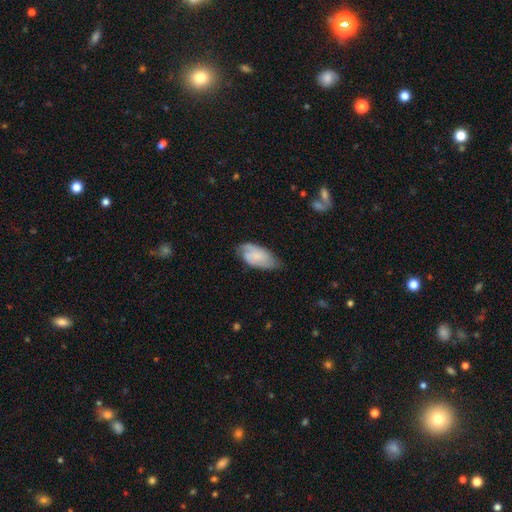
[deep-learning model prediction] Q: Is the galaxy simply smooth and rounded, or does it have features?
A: smooth — 54%.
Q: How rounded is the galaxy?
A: in between — 92%.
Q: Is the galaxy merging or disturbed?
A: none — 56%.